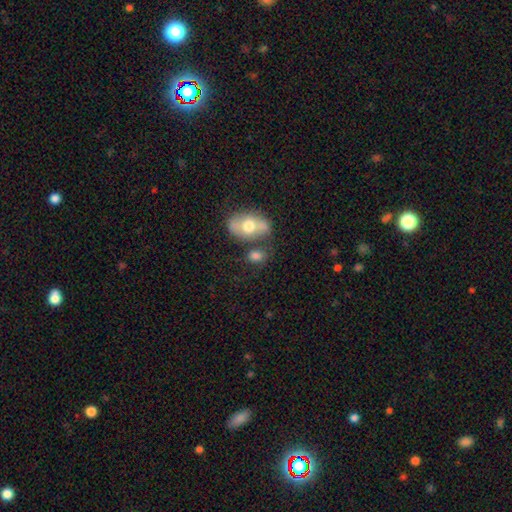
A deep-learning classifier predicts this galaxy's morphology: smooth 73%, featured or disk 17%, star or artifact 10%. Down the decision tree: how rounded — in between (72%); merging — none (58%).